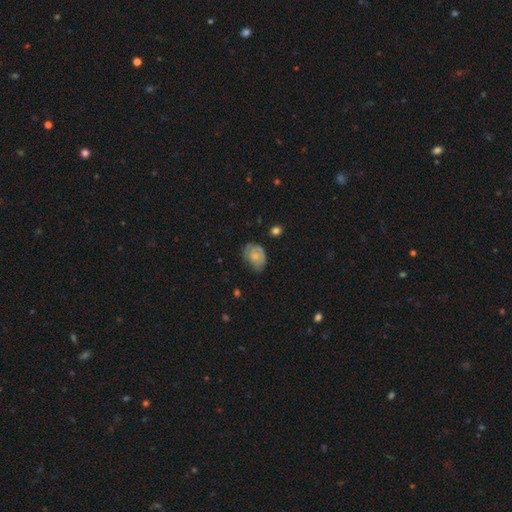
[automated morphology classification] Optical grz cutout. It shows a smooth galaxy with no disk features (59%) that is in between round and cigar-shaped (73%). Merging: none (47%).